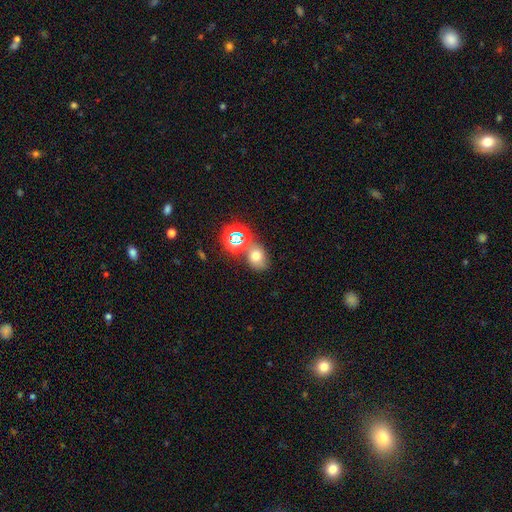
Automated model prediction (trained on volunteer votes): smooth_or_featured: smooth (p=0.63) [alt: star or artifact p=0.24]
how_rounded: in between (p=0.57) [alt: round p=0.42]
merging: none (p=0.57) [alt: merger p=0.24]